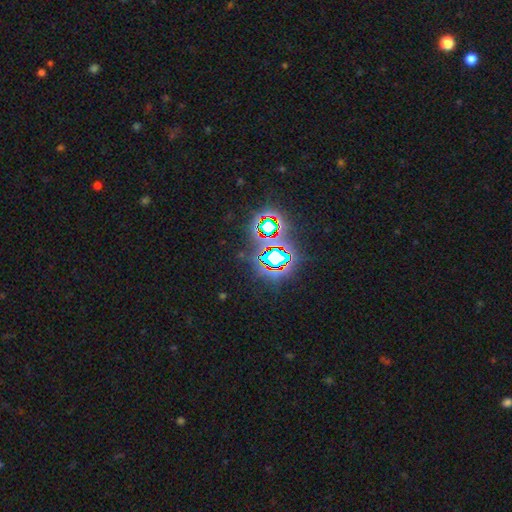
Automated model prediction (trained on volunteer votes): Smooth or featured? Predicted: star or artifact (p=0.79).